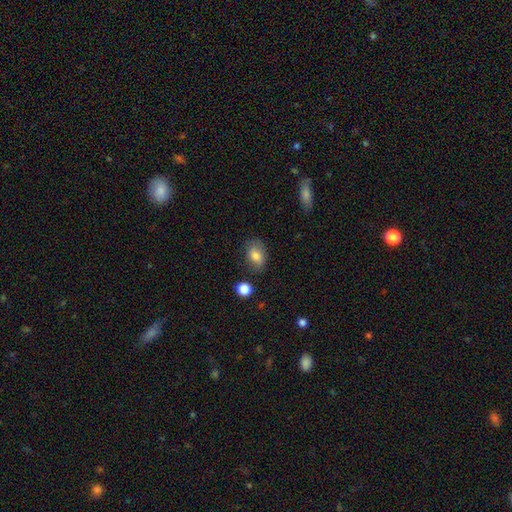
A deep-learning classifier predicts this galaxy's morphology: Q: Smooth or featured?
A: smooth (80%); runner-up: featured or disk (11%)
Q: How rounded?
A: in between (77%); runner-up: round (22%)
Q: Merging?
A: none (71%); runner-up: minor disturbance (20%)